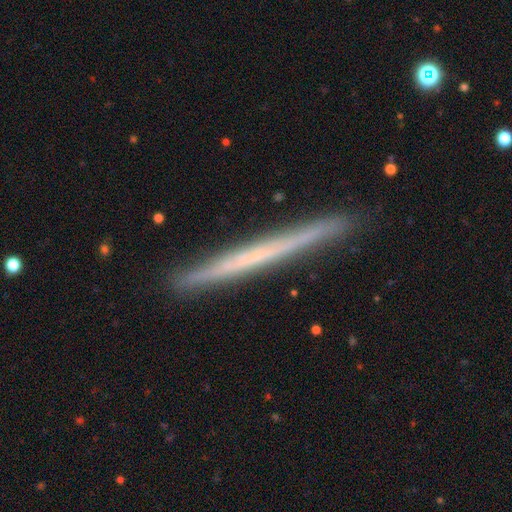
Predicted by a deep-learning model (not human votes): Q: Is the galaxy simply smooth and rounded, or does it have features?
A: featured or disk — 57%.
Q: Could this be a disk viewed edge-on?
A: yes — 97%.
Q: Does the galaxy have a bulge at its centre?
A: none — 91%.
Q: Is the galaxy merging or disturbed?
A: none — 90%.